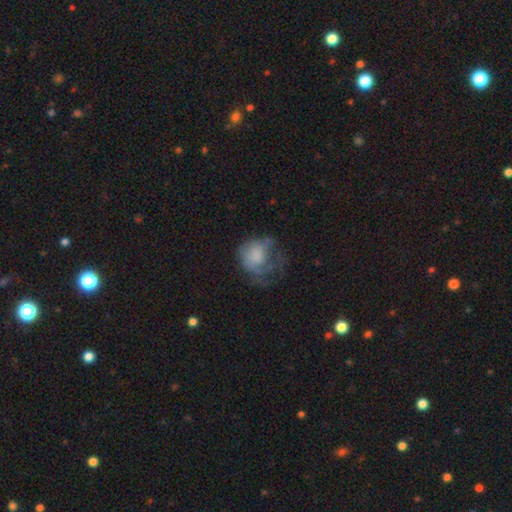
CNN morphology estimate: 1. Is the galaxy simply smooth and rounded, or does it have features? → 57% smooth, 33% featured or disk, 10% star or artifact.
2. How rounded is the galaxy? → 61% round, 38% in between, 1% cigar-shaped.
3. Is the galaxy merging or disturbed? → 46% major disturbance, 27% none, 24% minor disturbance, 2% merger.